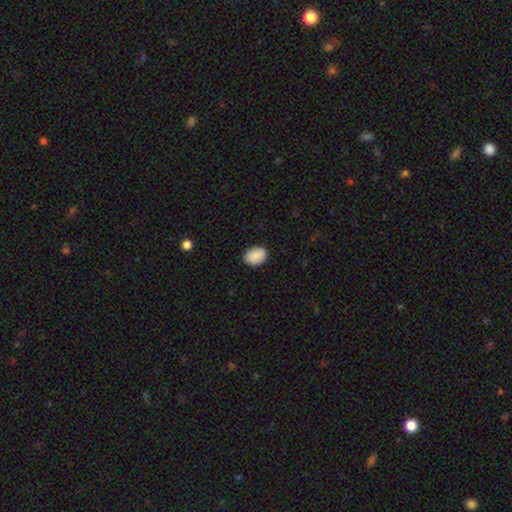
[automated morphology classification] smooth 90%, star or artifact 7%, featured or disk 4%. Down the decision tree: how rounded — in between (69%); merging — none (88%).